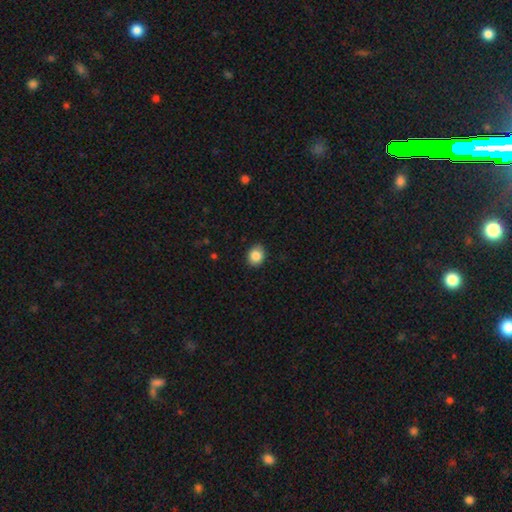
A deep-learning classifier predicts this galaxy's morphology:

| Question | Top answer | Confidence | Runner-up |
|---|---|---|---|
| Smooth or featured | smooth | 86% | star or artifact (9%) |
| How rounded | round | 56% | in between (43%) |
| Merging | none | 88% | minor disturbance (9%) |